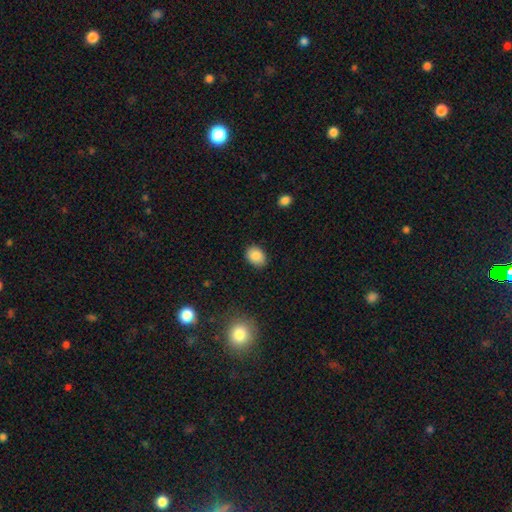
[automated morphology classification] A smooth galaxy with no disk features (86%) that is in between round and cigar-shaped (67%).

Vote fractions:
- Smooth or featured? smooth: 86% / star or artifact: 9% / featured or disk: 5%
- How rounded? in between: 67% / round: 32% / cigar-shaped: 1%
- Merging? none: 85% / minor disturbance: 12% / major disturbance: 2% / merger: 1%